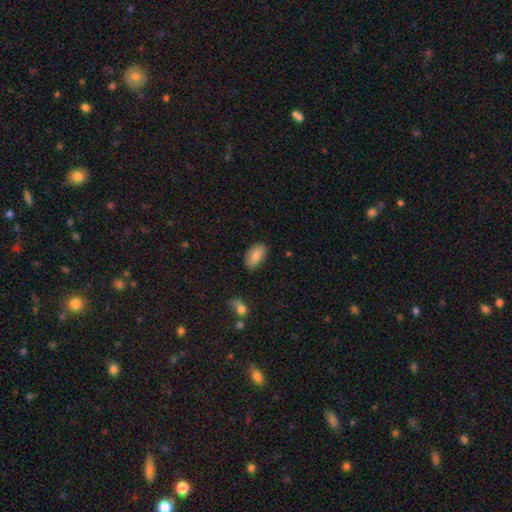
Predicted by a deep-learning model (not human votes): Morphology: type=smooth (81%); roundness=in between (94%); merging=none (77%).